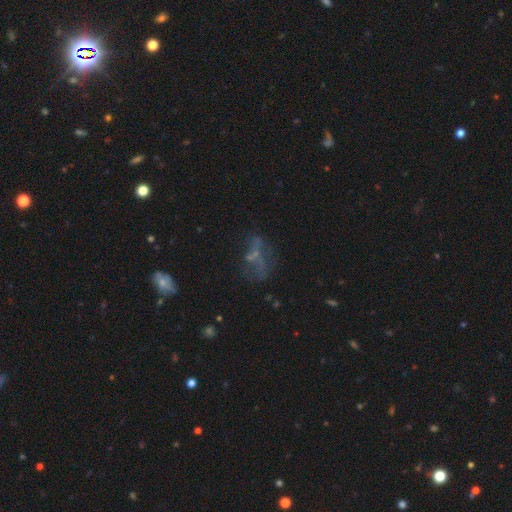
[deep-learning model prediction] featured or disk 44%, smooth 29%, star or artifact 27%. Down the decision tree: merging — none (43%).